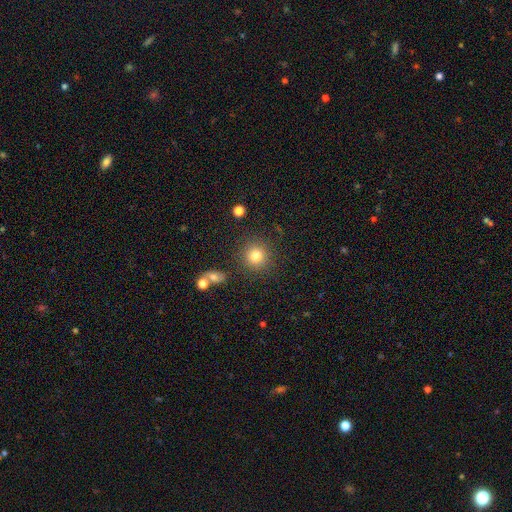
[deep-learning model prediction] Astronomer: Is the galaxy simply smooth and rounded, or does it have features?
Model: smooth — 80%.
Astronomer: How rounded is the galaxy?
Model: round — 92%.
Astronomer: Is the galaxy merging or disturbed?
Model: none — 86%.